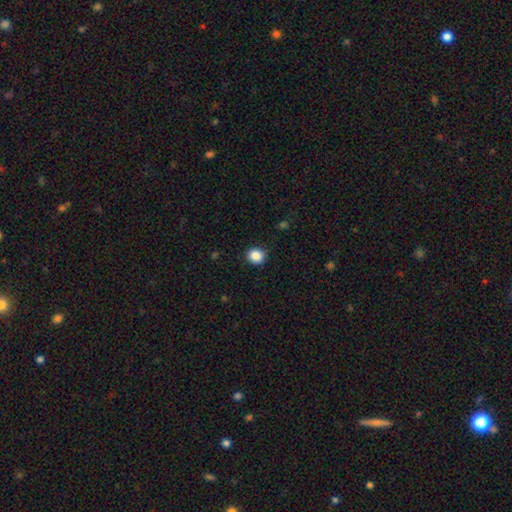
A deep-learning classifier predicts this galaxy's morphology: smooth-or-featured: smooth: 87% | star or artifact: 10% | featured or disk: 3%
  how-rounded: round: 80% | in between: 19% | cigar-shaped: 1%
  merging: none: 87% | minor disturbance: 9% | major disturbance: 2% | merger: 1%